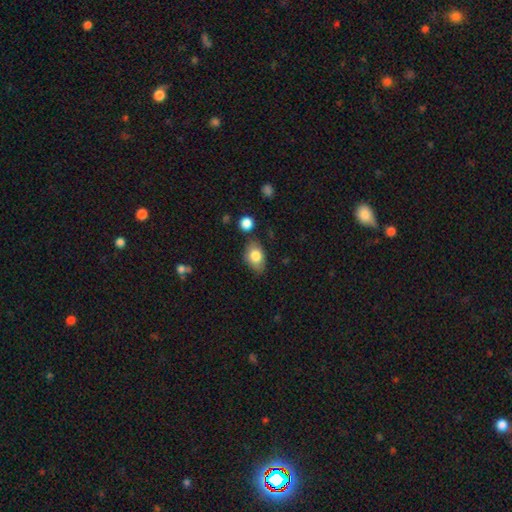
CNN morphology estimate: A smooth galaxy with no disk features (80%) that is in between round and cigar-shaped (84%).

Vote fractions:
- Smooth or featured? smooth: 80% / featured or disk: 13% / star or artifact: 7%
- How rounded? in between: 84% / round: 15% / cigar-shaped: 1%
- Merging? none: 73% / minor disturbance: 19% / merger: 4% / major disturbance: 4%